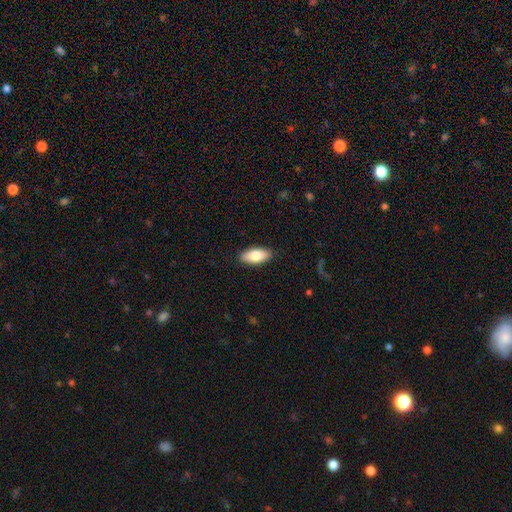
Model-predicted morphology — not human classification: The model was most divided on "smooth or featured": smooth: 78%, featured or disk: 16%, star or artifact: 6%. More confident: merging — none (89%); how rounded — in between (85%).